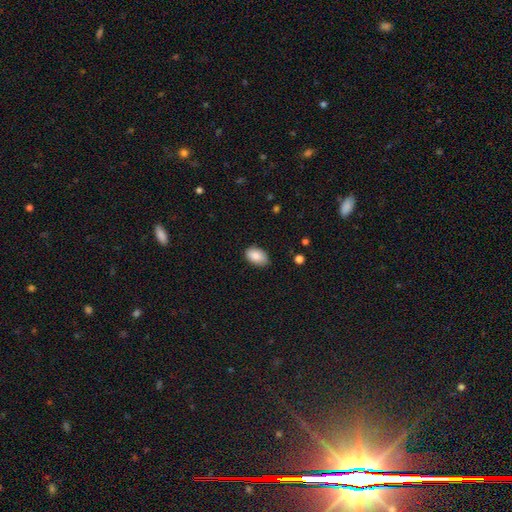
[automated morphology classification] This is clearly a smooth galaxy (89%). How rounded: clearly in between (92%). Merging: clearly none (81%).